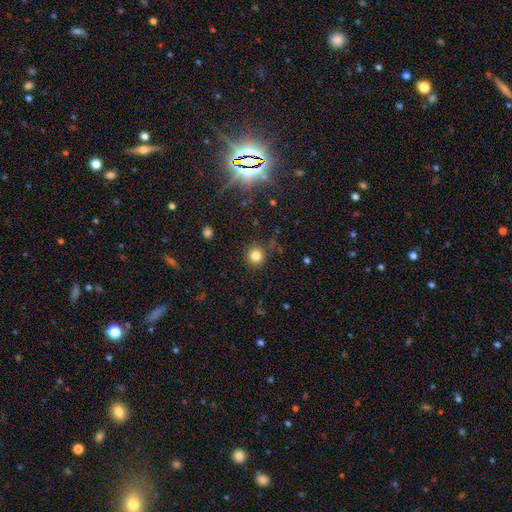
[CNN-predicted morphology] Smooth or featured? Predicted: smooth (p=0.82). How rounded? Predicted: round (p=0.90). Merging? Predicted: none (p=0.86).